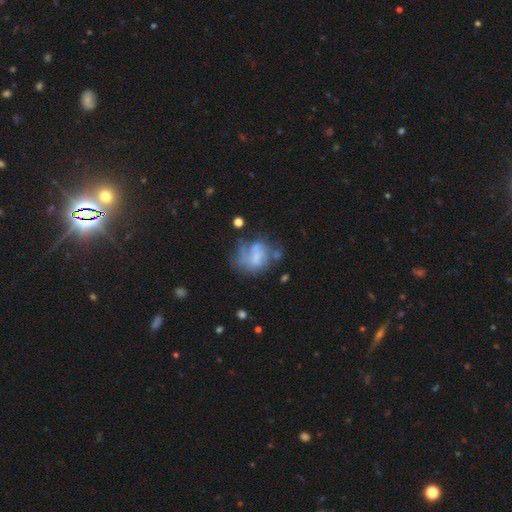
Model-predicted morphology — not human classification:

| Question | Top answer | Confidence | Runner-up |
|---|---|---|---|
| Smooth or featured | featured or disk | 52% | smooth (37%) |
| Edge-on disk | no | 98% | yes (2%) |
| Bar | no | 66% | weak (26%) |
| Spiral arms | no | 58% | yes (42%) |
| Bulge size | none | 56% | small (18%) |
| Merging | major disturbance | 34% | none (32%) |